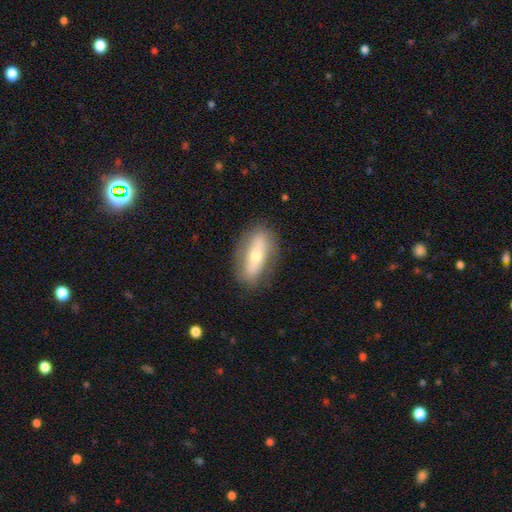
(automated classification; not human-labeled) Smooth or featured? smooth (52%)
How rounded? in between (75%)
Merging? none (81%)